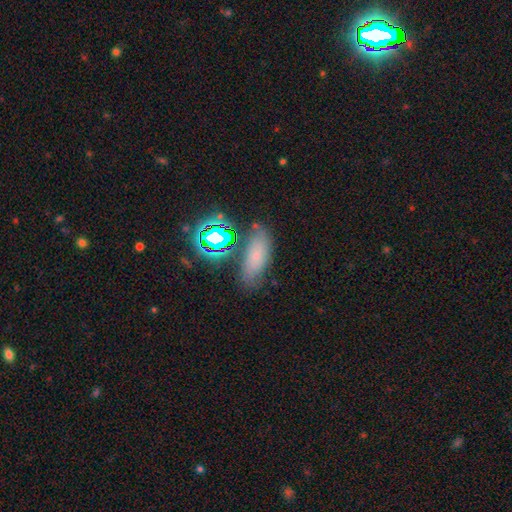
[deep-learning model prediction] smooth_or_featured: smooth (p=0.55) [alt: star or artifact p=0.26]
how_rounded: in between (p=0.77) [alt: cigar-shaped p=0.14]
merging: none (p=0.72) [alt: minor disturbance p=0.17]